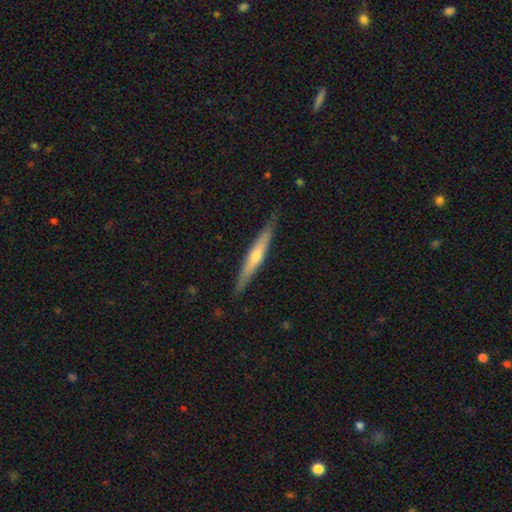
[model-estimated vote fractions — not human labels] Overall: featured or disk (58%; smooth 36%). Edge-on disk: yes (95%). Edge-on bulge: rounded (73%). Merging: none (87%).